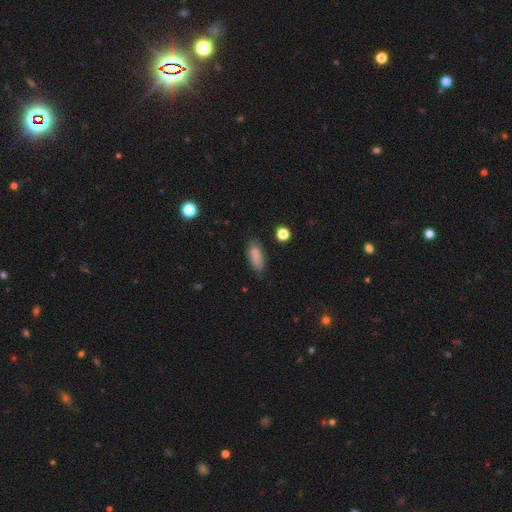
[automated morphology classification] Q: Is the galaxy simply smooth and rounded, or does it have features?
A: smooth — 81%.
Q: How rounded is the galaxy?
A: in between — 78%.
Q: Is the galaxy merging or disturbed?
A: none — 73%.